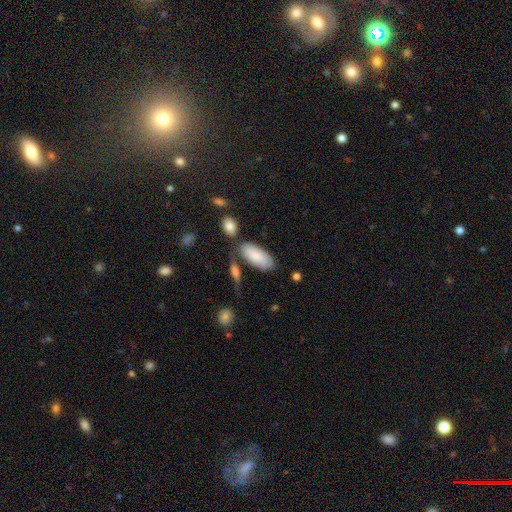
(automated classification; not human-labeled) Smooth or featured? smooth (79%)
How rounded? in between (90%)
Merging? none (62%)